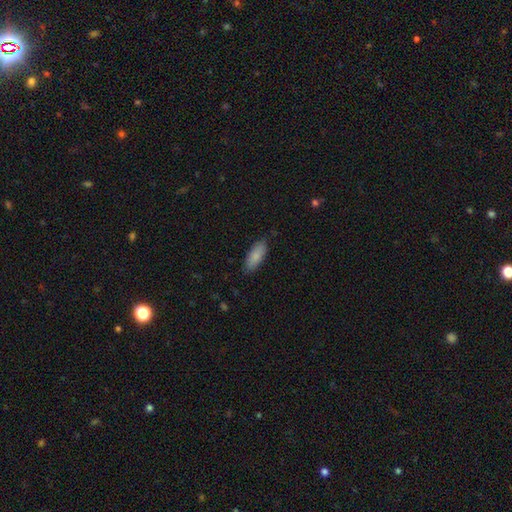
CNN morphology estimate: smooth 86%, featured or disk 9%, star or artifact 6%. Down the decision tree: how rounded — in between (80%); merging — none (84%).